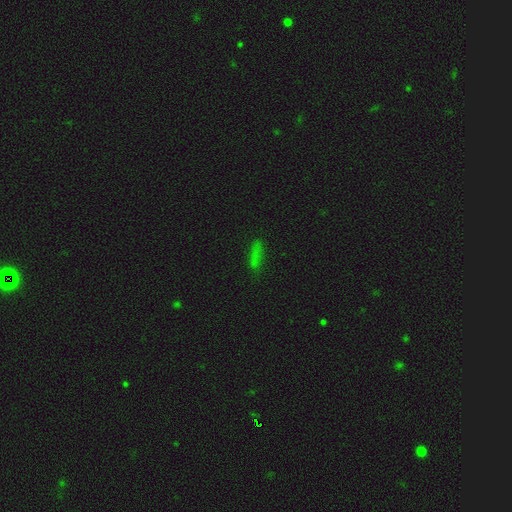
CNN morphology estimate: type=smooth (66%); roundness=cigar-shaped (65%); merging=none (78%).